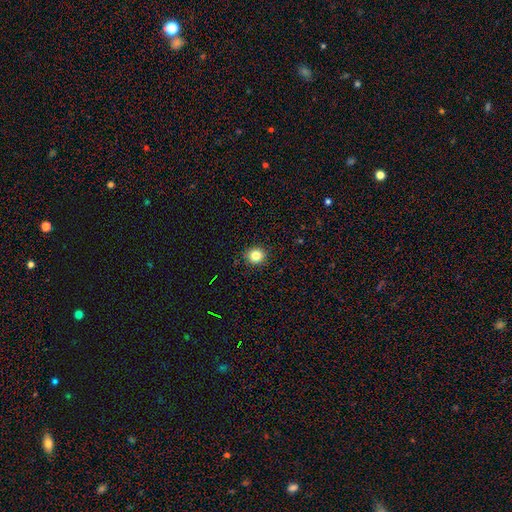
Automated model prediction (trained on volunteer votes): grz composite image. It shows a smooth galaxy with no disk features (83%) that is round (87%). Merging: none (91%).